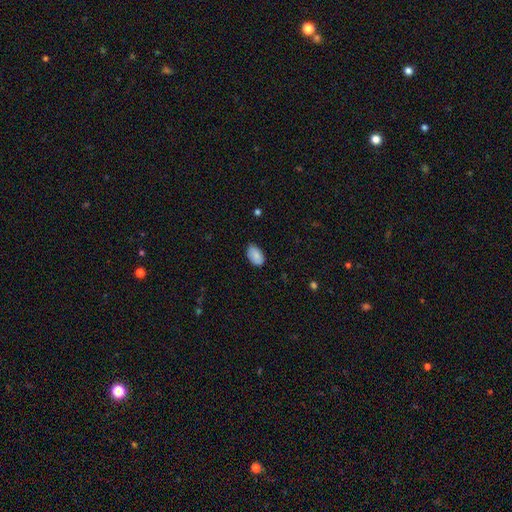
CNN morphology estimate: The model was most divided on "merging": none: 79%, minor disturbance: 18%, major disturbance: 3%, merger: 1%. More confident: how rounded — in between (93%); smooth or featured — smooth (87%).